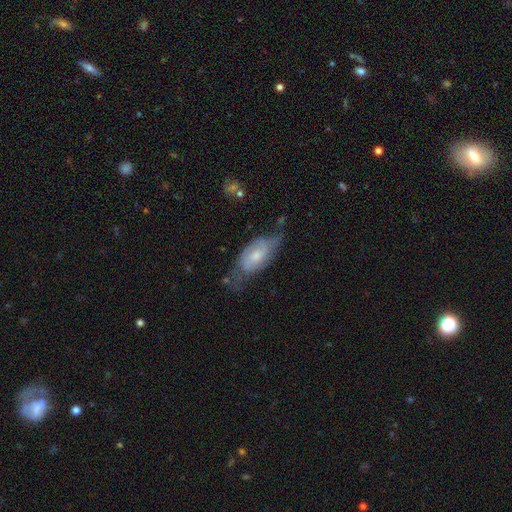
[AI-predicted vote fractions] This is likely a featured or disk galaxy (68%). It is clearly not viewed edge-on (91%). Bar: possibly no (50%). Spiral arm pattern: clearly yes (87%). Spiral arm count: likely 2 (69%). Spiral winding: possibly medium (46%). Central bulge: possibly moderate (50%). Merging: possibly none (49%).